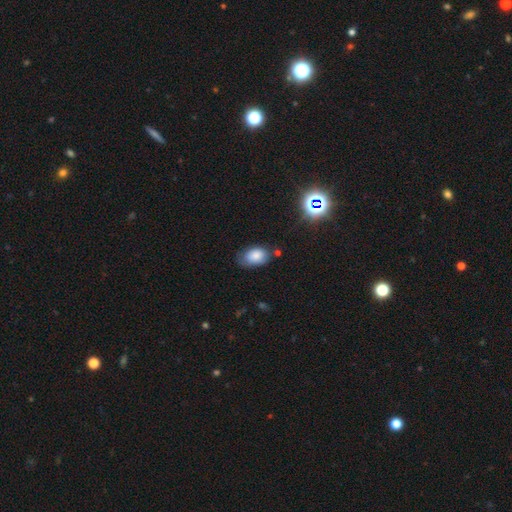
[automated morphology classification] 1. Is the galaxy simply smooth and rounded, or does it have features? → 81% smooth, 10% star or artifact, 9% featured or disk.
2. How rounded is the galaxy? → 88% in between, 11% round, 1% cigar-shaped.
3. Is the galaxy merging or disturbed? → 59% none, 29% minor disturbance, 7% major disturbance, 4% merger.